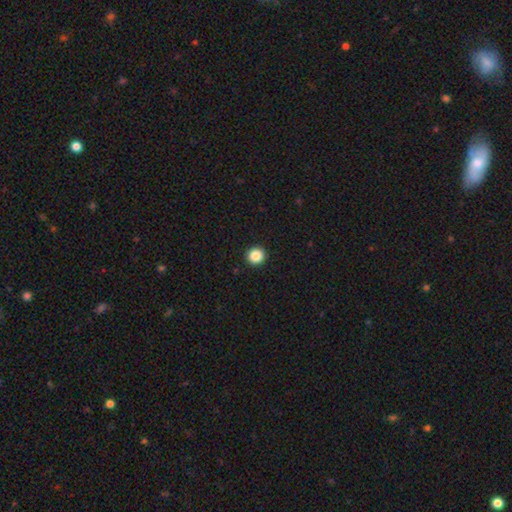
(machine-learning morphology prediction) A smooth galaxy with no disk features (87%) that is round (94%). Merging: none (94%).